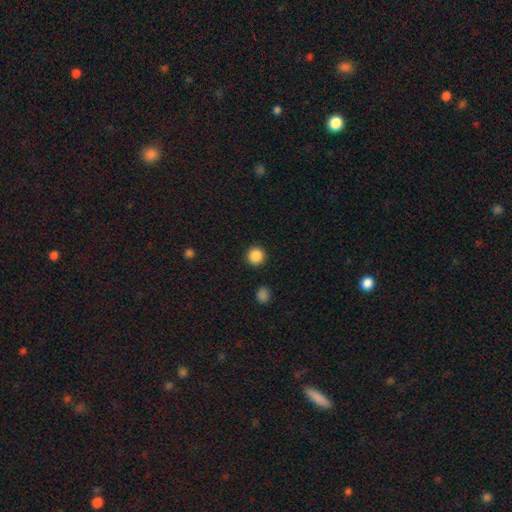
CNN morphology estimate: Q: Smooth or featured?
A: smooth (87%); runner-up: star or artifact (10%)
Q: How rounded?
A: round (95%); runner-up: in between (4%)
Q: Merging?
A: none (92%); runner-up: minor disturbance (5%)